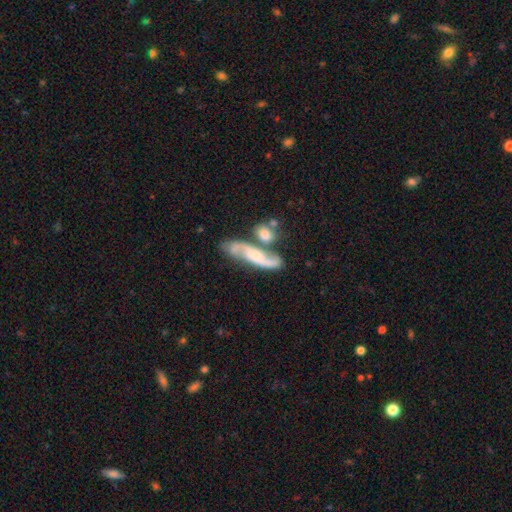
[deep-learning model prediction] Morphology: type=featured or disk (75%); edge-on=no (82%); bar=no (51%); spiral arms=yes (93%); winding=loose (49%); arm count=2 (88%); bulge=moderate (45%); merging=none (45%).